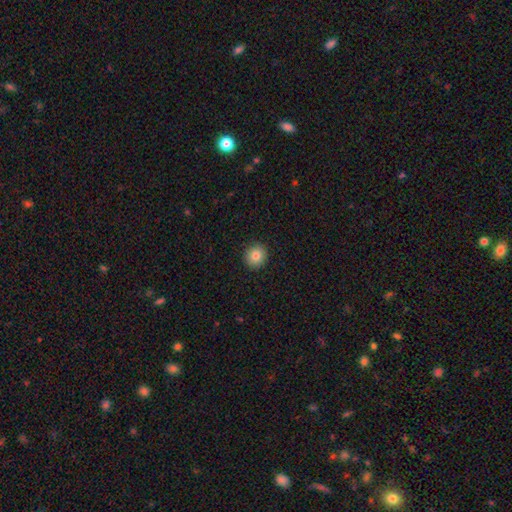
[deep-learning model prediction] Smooth or featured? smooth (83%)
How rounded? round (90%)
Merging? none (92%)